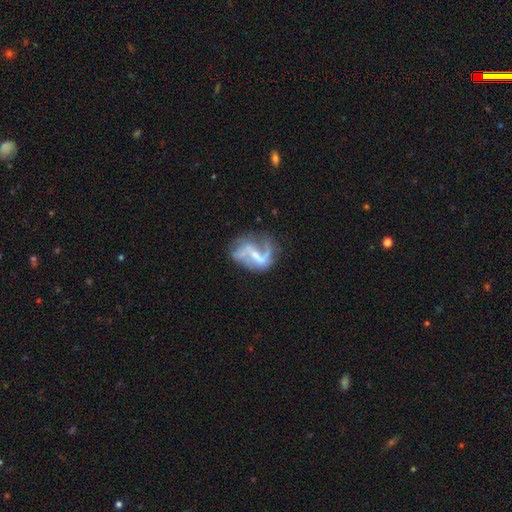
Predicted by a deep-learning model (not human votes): Smooth or featured?
  - featured or disk: 81% *
  - smooth: 12%
  - star or artifact: 8%
Edge-on disk?
  - no: 98% *
  - yes: 2%
Bar?
  - weak: 47% *
  - strong: 30%
  - no: 23%
Spiral arms?
  - yes: 85% *
  - no: 15%
Spiral winding?
  - loose: 64% *
  - medium: 29%
  - tight: 7%
Spiral arm count?
  - 2: 71% *
  - 1: 10%
  - can't tell: 9%
  - 3: 6%
  - 4: 2%
  - more than 4: 2%
Bulge size?
  - small: 46% *
  - moderate: 27%
  - none: 23%
  - large: 3%
  - dominant: 1%
Merging?
  - none: 45% *
  - major disturbance: 27%
  - minor disturbance: 21%
  - merger: 7%